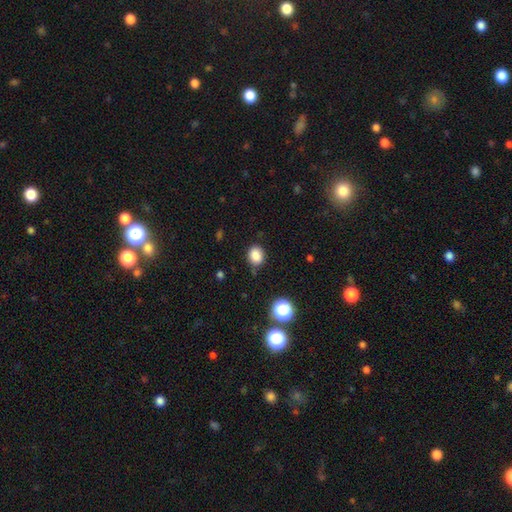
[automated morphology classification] A smooth galaxy with no disk features (85%) that is round (56%). Merging: none (80%).